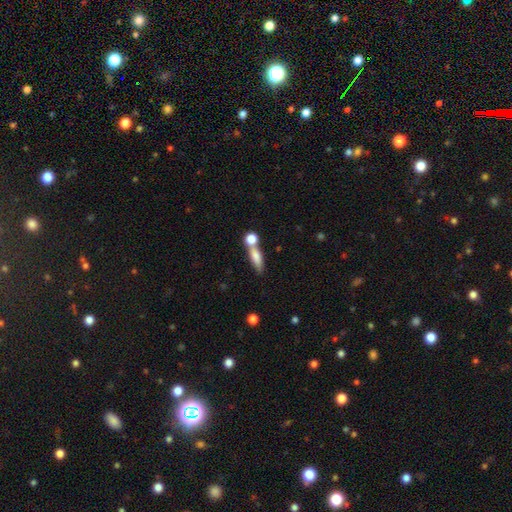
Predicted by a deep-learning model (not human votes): Q: Smooth or featured?
A: smooth (73%); runner-up: featured or disk (18%)
Q: How rounded?
A: cigar-shaped (46%); runner-up: in between (43%)
Q: Merging?
A: none (45%); runner-up: merger (36%)